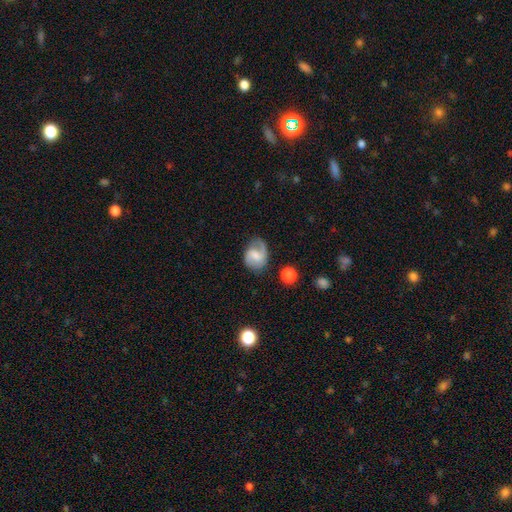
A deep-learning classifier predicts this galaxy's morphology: Smooth or featured: featured or disk — 63% (smooth — 29%)
Edge-on disk: no — 97% (yes — 3%)
Bar: weak — 54% (no — 26%)
Spiral arms: yes — 90% (no — 10%)
Spiral winding: medium — 49% (loose — 30%)
Spiral arm count: 2 — 74% (1 — 16%)
Bulge size: small — 32% (tied with moderate — 32%)
Merging: none — 66% (minor disturbance — 22%)